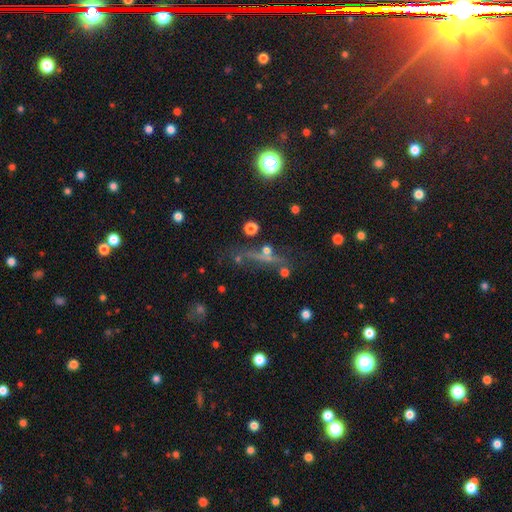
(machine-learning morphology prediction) This is marginally a star or artifact rather than a galaxy (45%).